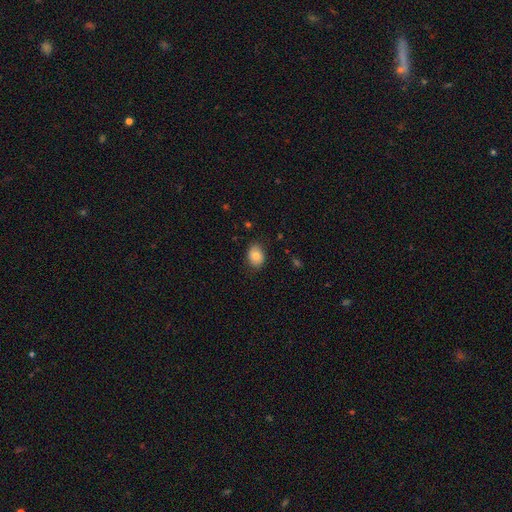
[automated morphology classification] This appears to be a smooth galaxy with no disk features (79%) that is in between round and cigar-shaped (65%). Merging: none (82%).